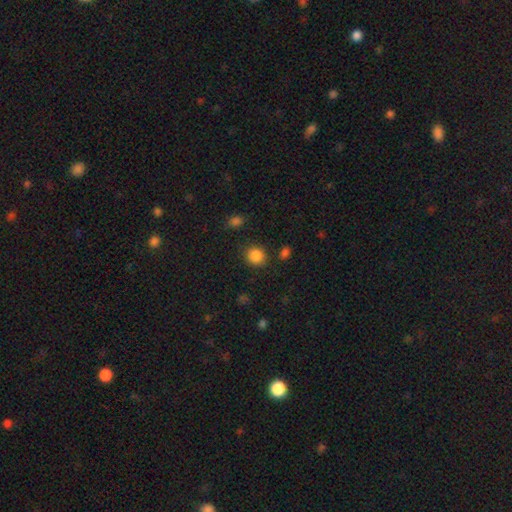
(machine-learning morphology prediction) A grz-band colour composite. It shows a smooth galaxy with no disk features (86%) that is round (86%). Merging: none (84%).